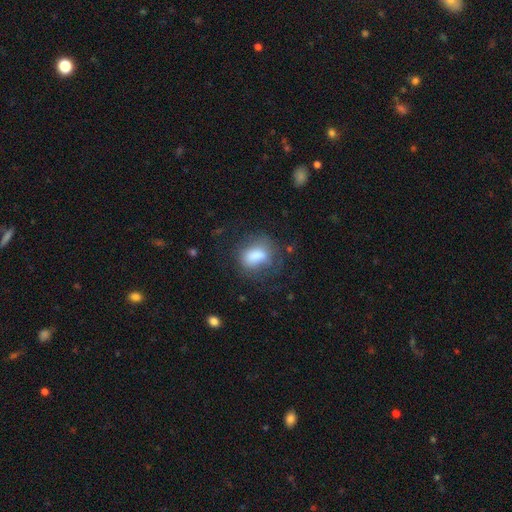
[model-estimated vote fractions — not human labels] A smooth galaxy with no disk features (76%) that is in between round and cigar-shaped (72%). Merging: none (52%).